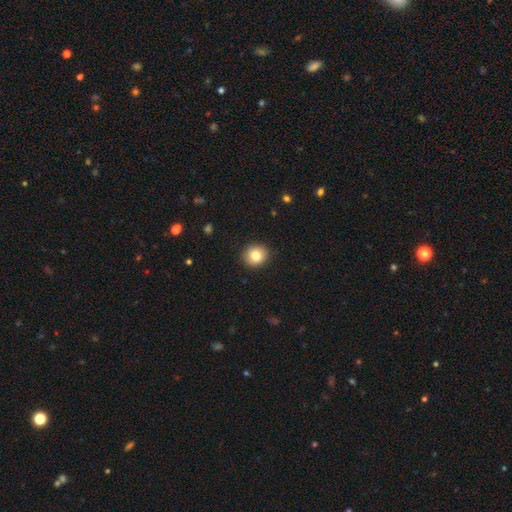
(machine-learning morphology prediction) This is clearly a smooth galaxy (81%). How rounded: clearly round (84%). Merging: clearly none (91%).